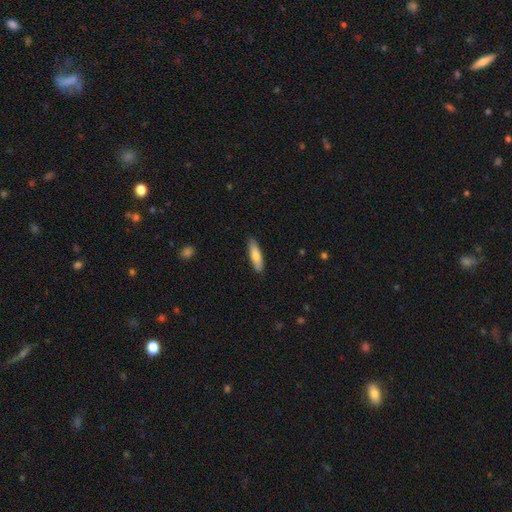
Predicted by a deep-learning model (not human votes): This appears to be a smooth galaxy with no disk features (76%) that is cigar-shaped (66%). Merging: none (88%).